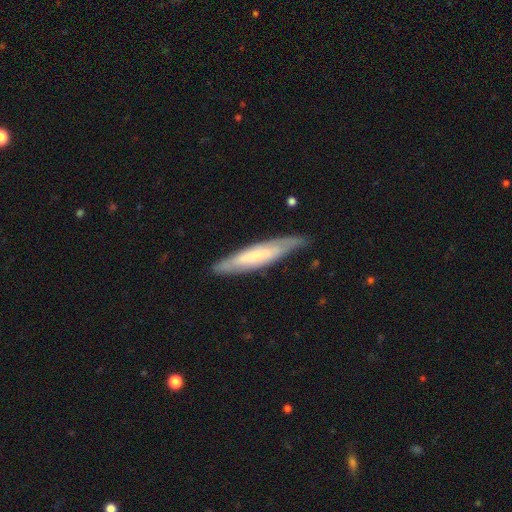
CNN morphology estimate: featured or disk 49%, smooth 45%, star or artifact 6%. Down the decision tree: merging — none (78%).